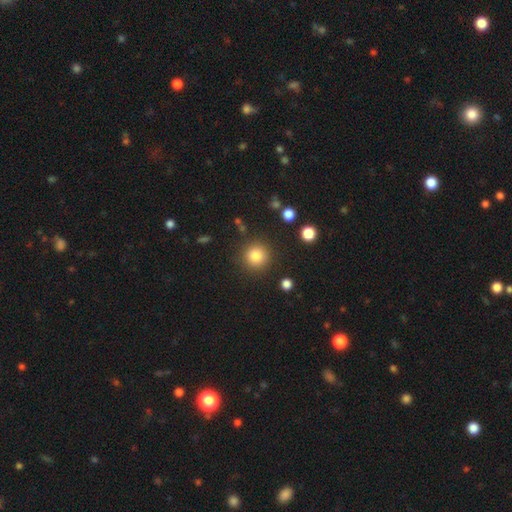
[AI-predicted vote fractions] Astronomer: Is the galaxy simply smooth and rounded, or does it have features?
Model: smooth — 83%.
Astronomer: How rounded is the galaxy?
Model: round — 94%.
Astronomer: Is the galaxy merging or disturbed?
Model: none — 88%.